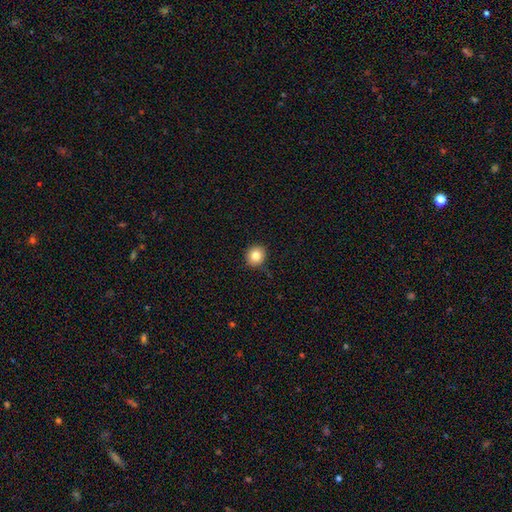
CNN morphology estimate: smooth_or_featured: smooth (p=0.81) [alt: star or artifact p=0.10]
how_rounded: round (p=0.91) [alt: in between p=0.08]
merging: none (p=0.91) [alt: minor disturbance p=0.06]